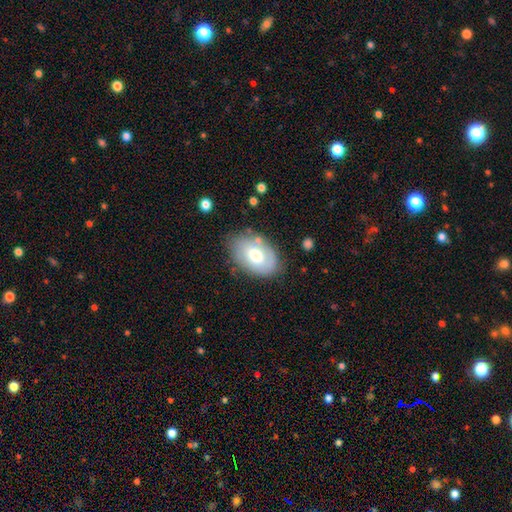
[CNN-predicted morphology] Q: Smooth or featured?
A: smooth (61%); runner-up: featured or disk (32%)
Q: How rounded?
A: in between (86%); runner-up: round (13%)
Q: Merging?
A: none (70%); runner-up: minor disturbance (21%)